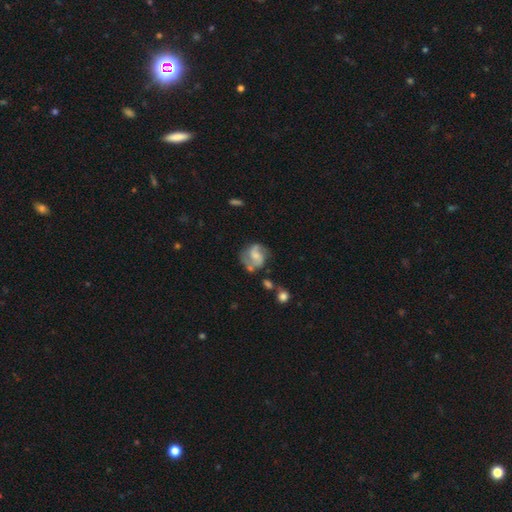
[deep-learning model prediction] The model was most divided on "bar": weak: 44%, no: 41%, strong: 15%. Remaining: edge-on disk — no (98%); spiral arms — yes (89%); spiral arm count — 2 (83%); smooth or featured — featured or disk (69%); merging — none (57%); spiral winding — medium (48%); bulge size — small (40%).